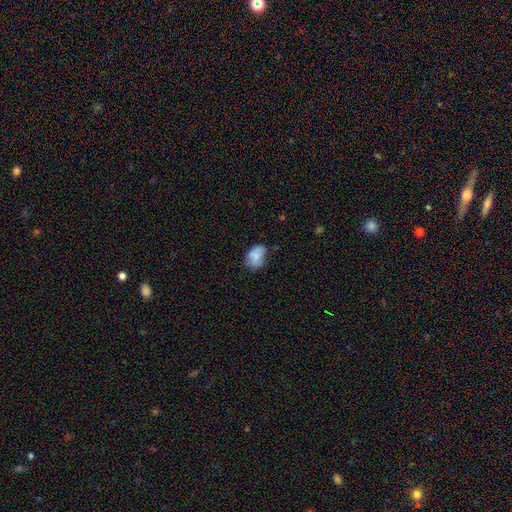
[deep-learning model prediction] The model was most divided on "merging": none: 53%, minor disturbance: 34%, major disturbance: 10%, merger: 3%. More confident: how rounded — in between (74%); smooth or featured — smooth (73%).